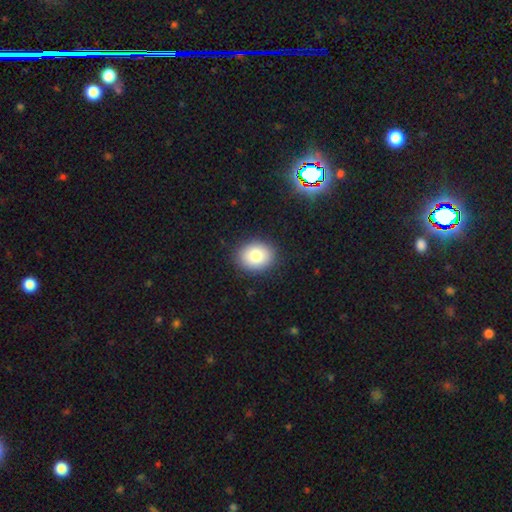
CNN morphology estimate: The model was most divided on "how rounded": round: 56%, in between: 43%, cigar-shaped: 1%. More confident: merging — none (89%); smooth or featured — smooth (80%).